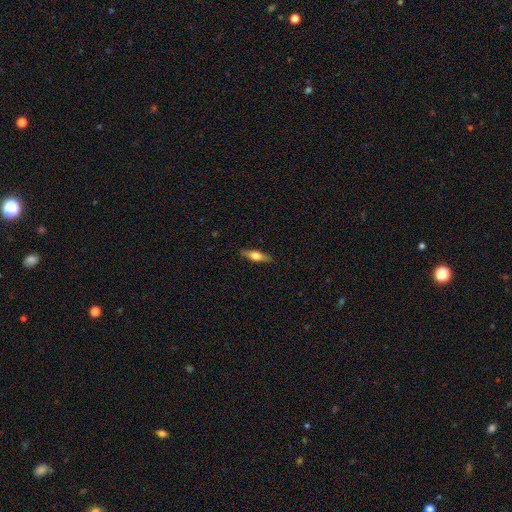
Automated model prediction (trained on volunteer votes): A smooth galaxy with no disk features (47%).

Vote fractions:
- Smooth or featured? smooth: 47% / featured or disk: 46% / star or artifact: 6%
- Merging? none: 88% / minor disturbance: 9% / major disturbance: 2% / merger: 1%